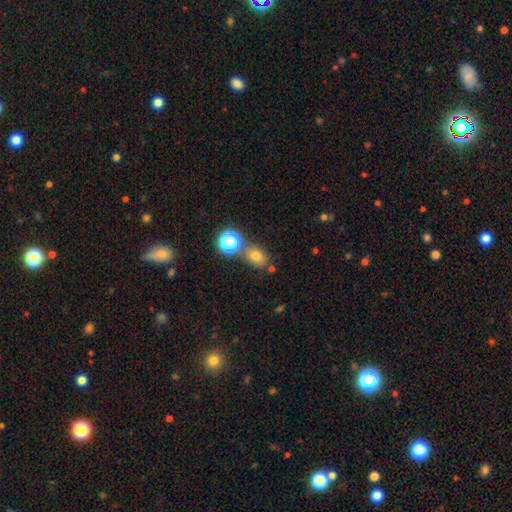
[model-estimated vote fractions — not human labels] smooth 72%, star or artifact 17%, featured or disk 10%. Down the decision tree: how rounded — in between (55%); merging — none (66%).